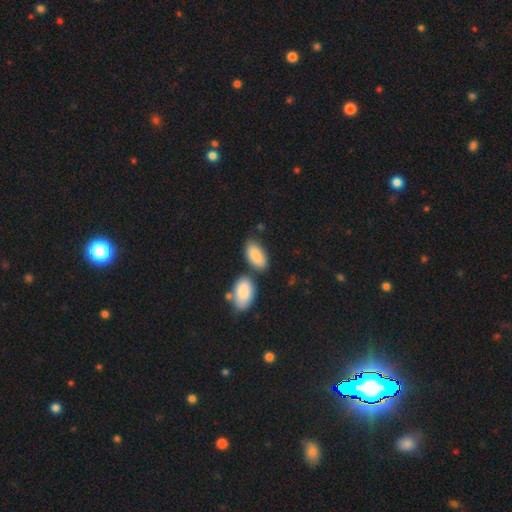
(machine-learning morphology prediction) This is clearly a smooth galaxy (89%). How rounded: clearly in between (94%). Merging: possibly none (59%).